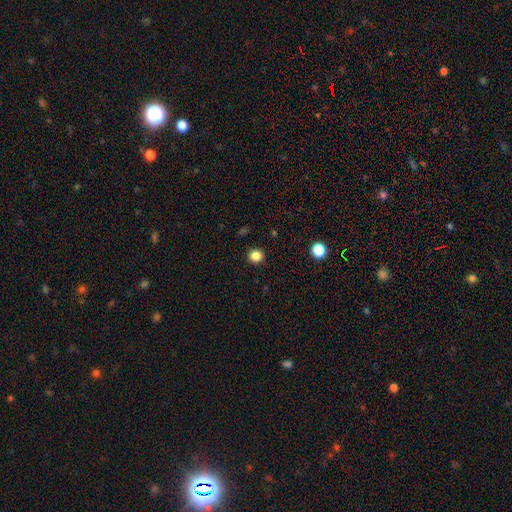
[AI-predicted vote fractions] smooth 85%, star or artifact 12%, featured or disk 3%. Down the decision tree: how rounded — round (90%); merging — none (92%).